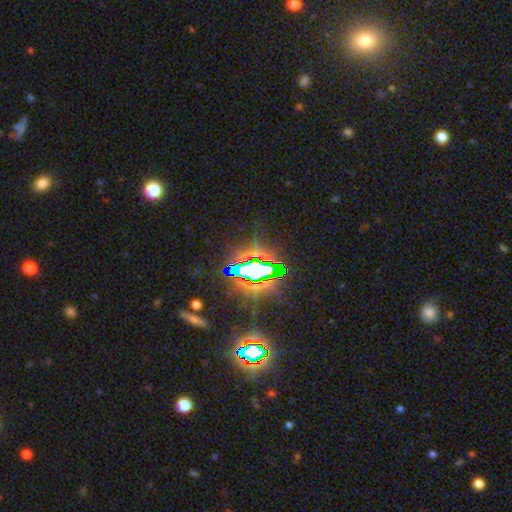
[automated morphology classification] This appears to be a star or artifact, not a galaxy (77%).